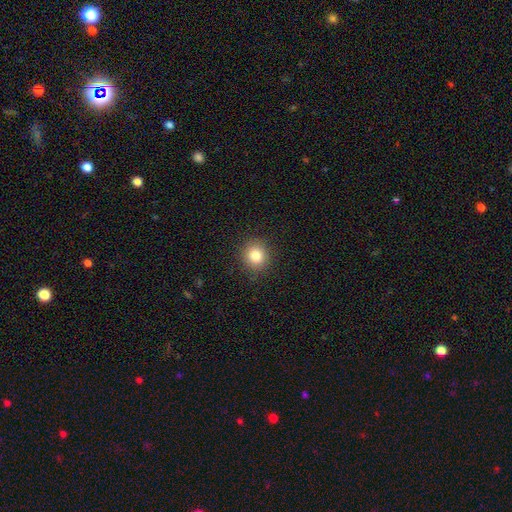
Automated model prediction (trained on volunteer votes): Smooth or featured? smooth (83%)
How rounded? round (87%)
Merging? none (90%)